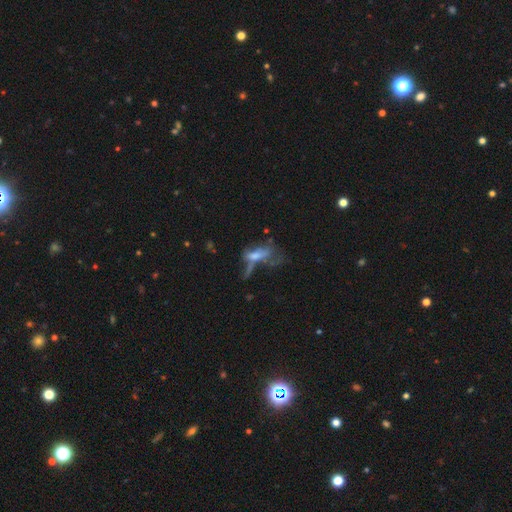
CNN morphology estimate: Smooth or featured? Predicted: smooth (p=0.48). Merging? Predicted: major disturbance (p=0.41).